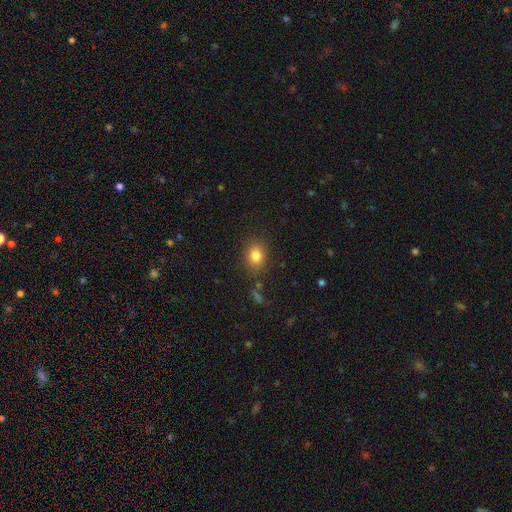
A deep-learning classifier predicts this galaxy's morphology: Overall: smooth (83%). How rounded: in between (63%; round 36%). Merging: none (82%).